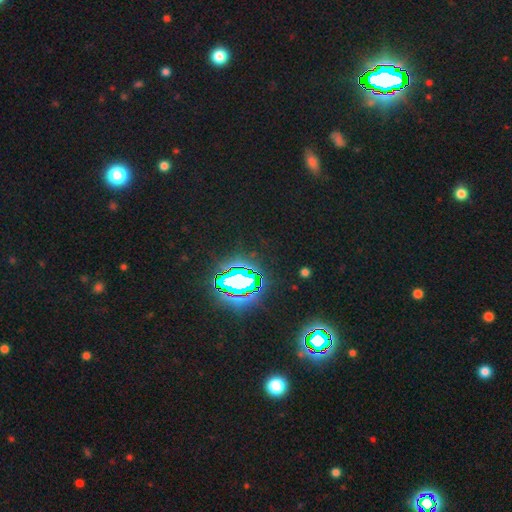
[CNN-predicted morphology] Smooth or featured: star or artifact — 81% (smooth — 13%)